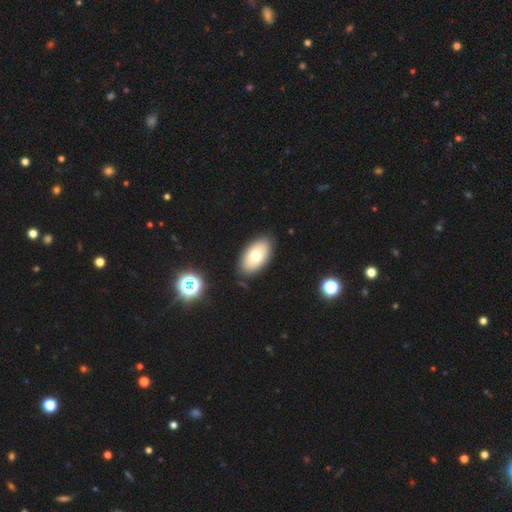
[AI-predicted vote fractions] Overall: smooth (70%). How rounded: in between (94%). Merging: none (87%).